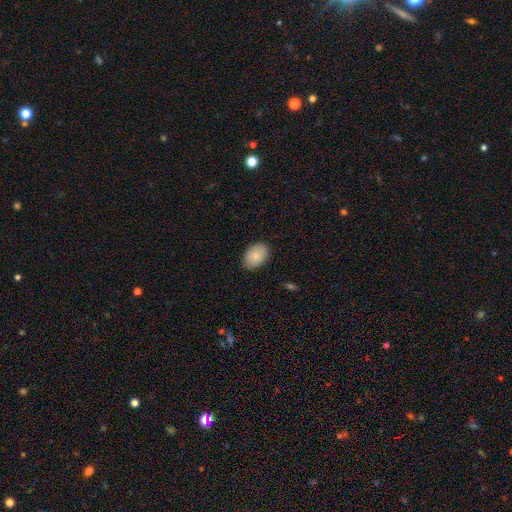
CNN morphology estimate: Smooth or featured? Predicted: smooth (p=0.85). How rounded? Predicted: in between (p=0.89). Merging? Predicted: none (p=0.87).